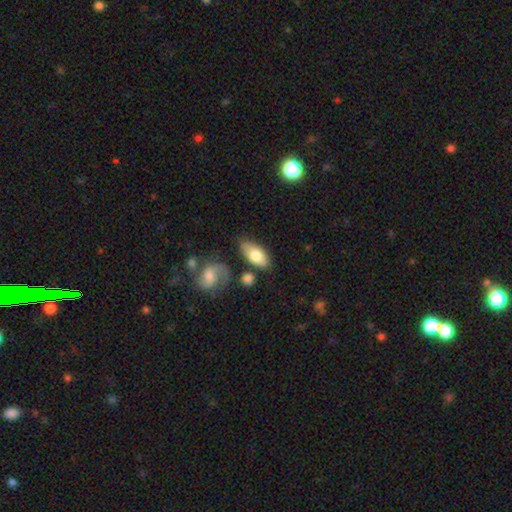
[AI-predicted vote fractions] Smooth or featured? smooth (74%)
How rounded? in between (89%)
Merging? none (67%)